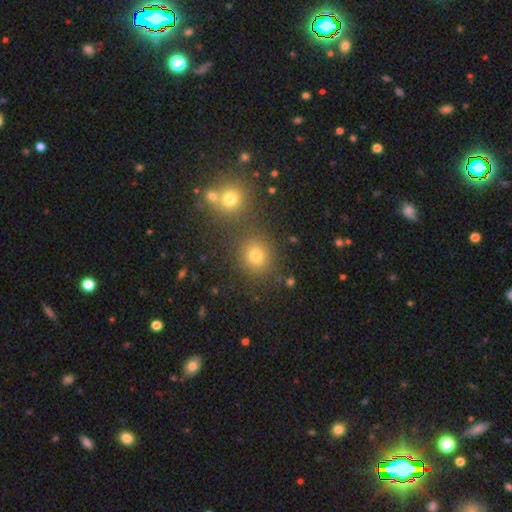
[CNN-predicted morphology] type=smooth (72%); roundness=round (80%); merging=none (76%).